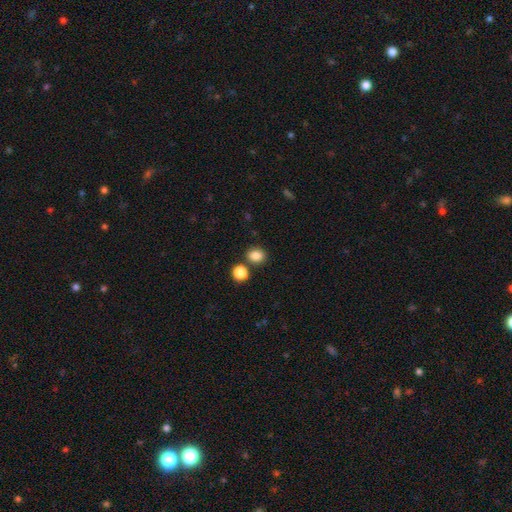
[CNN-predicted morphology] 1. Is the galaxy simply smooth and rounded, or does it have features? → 84% smooth, 11% star or artifact, 5% featured or disk.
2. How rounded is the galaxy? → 59% round, 40% in between, 1% cigar-shaped.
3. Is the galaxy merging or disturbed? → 76% none, 12% merger, 9% minor disturbance, 3% major disturbance.